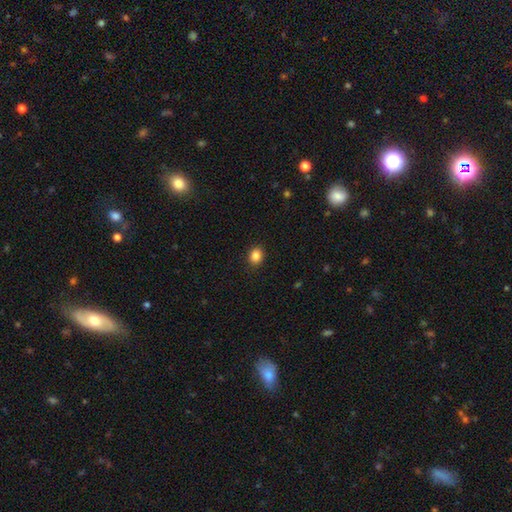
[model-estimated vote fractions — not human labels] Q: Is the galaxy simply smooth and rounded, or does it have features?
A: smooth — 86%.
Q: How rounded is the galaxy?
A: round — 64%.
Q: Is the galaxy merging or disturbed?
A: none — 90%.